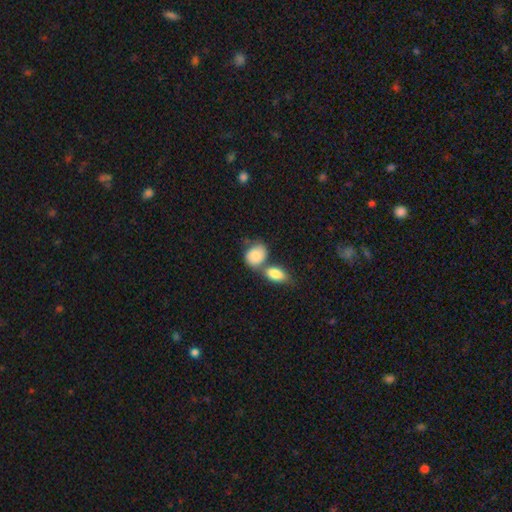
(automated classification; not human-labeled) Smooth or featured?
  - smooth: 81% *
  - featured or disk: 13%
  - star or artifact: 6%
How rounded?
  - in between: 60% *
  - round: 38%
  - cigar-shaped: 2%
Merging?
  - merger: 51% *
  - none: 29%
  - minor disturbance: 14%
  - major disturbance: 6%